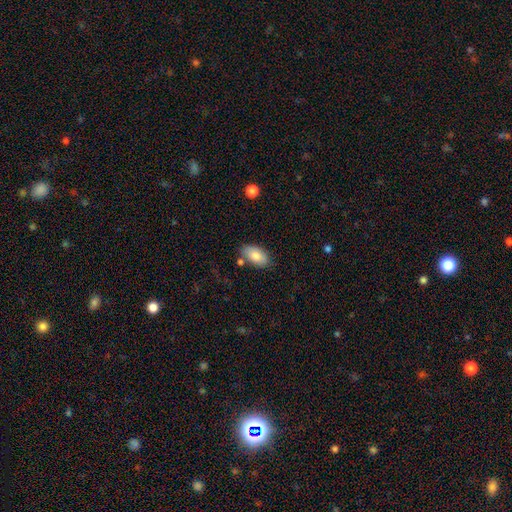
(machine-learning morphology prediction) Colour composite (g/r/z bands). It shows a smooth galaxy with no disk features (83%) that is in between round and cigar-shaped (94%). Merging: none (75%).